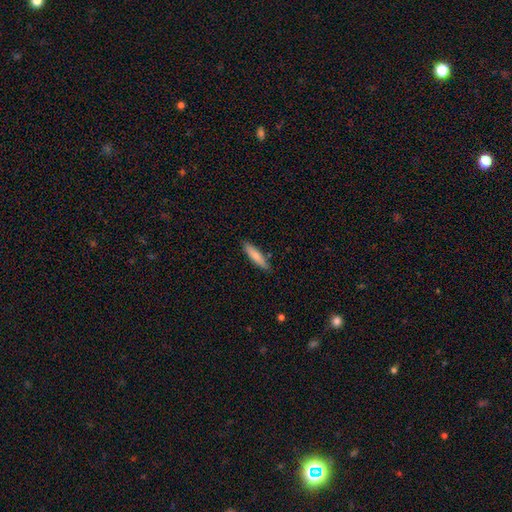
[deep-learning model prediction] Morphology: type=smooth (78%); roundness=cigar-shaped (78%); merging=none (85%).